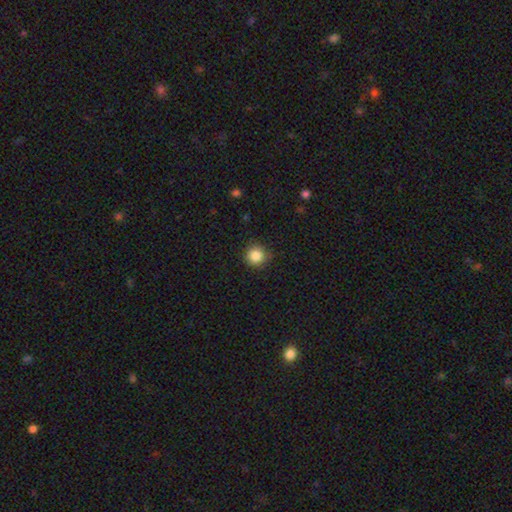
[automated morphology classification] This is clearly a smooth galaxy (85%). How rounded: clearly round (94%). Merging: clearly none (87%).